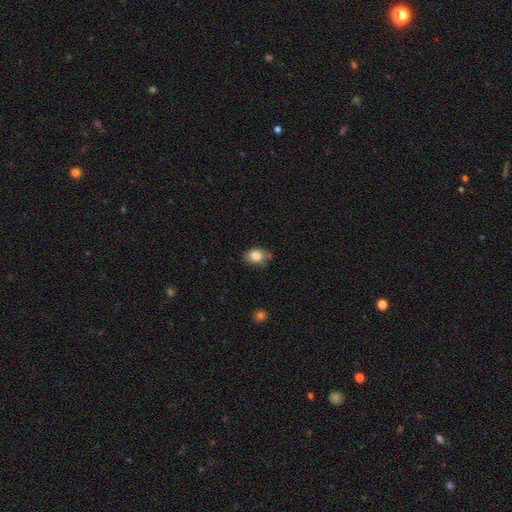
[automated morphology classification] Smooth or featured? smooth (84%)
How rounded? in between (74%)
Merging? none (62%)